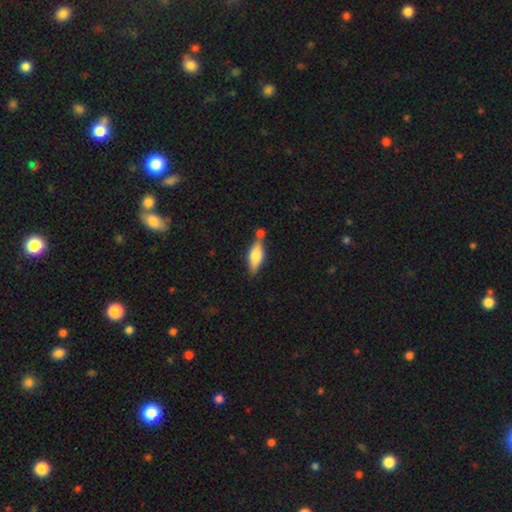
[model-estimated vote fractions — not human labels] This appears to be a smooth galaxy with no disk features (61%) that is in between round and cigar-shaped (65%). Merging: none (57%).